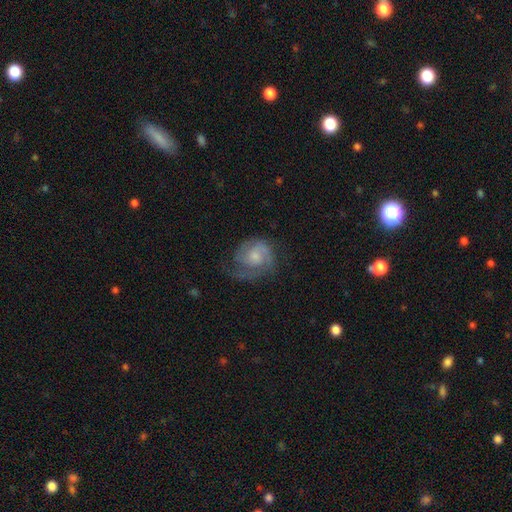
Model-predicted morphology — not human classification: This appears to be a featured or disk galaxy (74%) with no bar (67%), 2 (53%) tight (45%) spiral arms (93%) and a small central bulge (42%). Merging: none (58%).